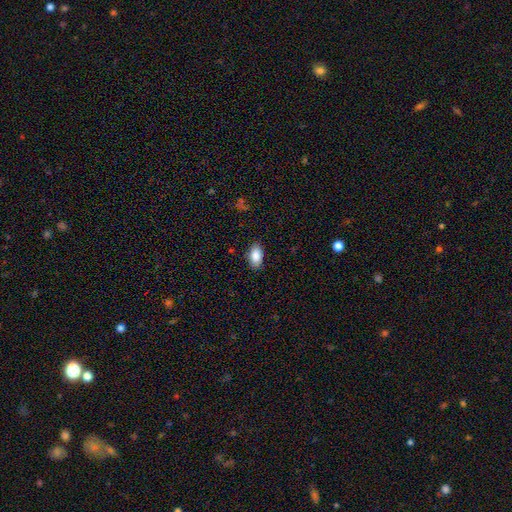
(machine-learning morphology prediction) smooth 88%, star or artifact 7%, featured or disk 5%. Down the decision tree: how rounded — in between (93%); merging — none (86%).